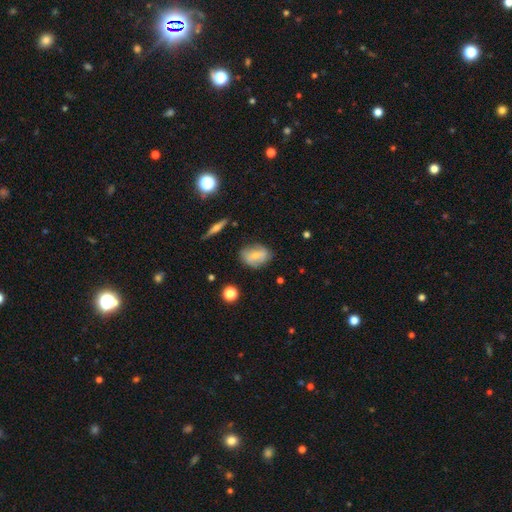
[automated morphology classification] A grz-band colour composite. It shows a smooth galaxy with no disk features (60%) that is in between round and cigar-shaped (77%). Merging: none (73%).